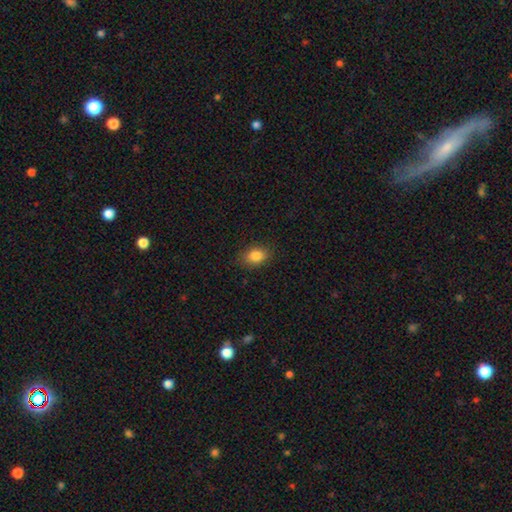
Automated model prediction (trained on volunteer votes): Smooth or featured? Predicted: smooth (p=0.85). How rounded? Predicted: in between (p=0.76). Merging? Predicted: none (p=0.84).